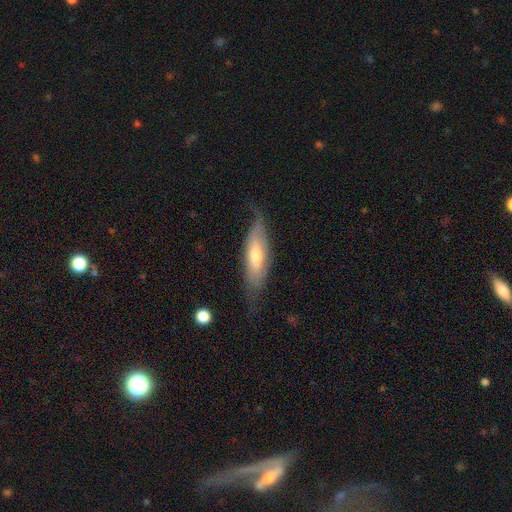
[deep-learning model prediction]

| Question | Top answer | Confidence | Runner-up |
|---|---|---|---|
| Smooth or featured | featured or disk | 51% | smooth (42%) |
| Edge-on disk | yes | 54% | no (46%) |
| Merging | none | 66% | minor disturbance (24%) |